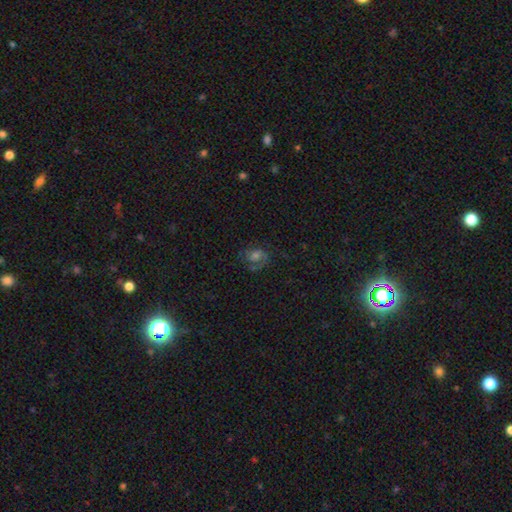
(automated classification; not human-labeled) Smooth or featured? Predicted: featured or disk (p=0.53). Edge-on disk? Predicted: no (p=0.97). Bar? Predicted: no (p=0.60). Spiral arms? Predicted: yes (p=0.84). Bulge size? Predicted: moderate (p=0.48). Merging? Predicted: none (p=0.65).